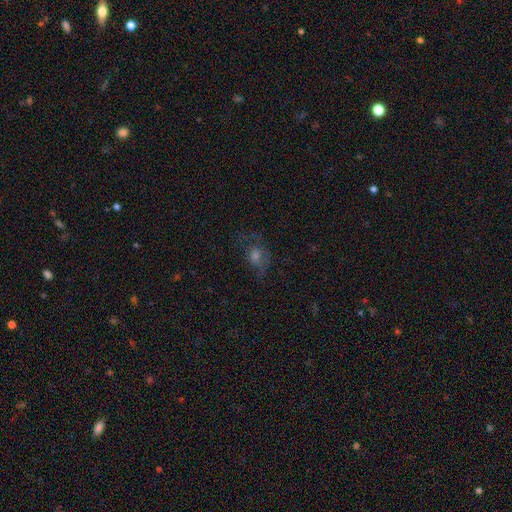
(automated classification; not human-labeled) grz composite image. It shows a smooth galaxy with no disk features (44%). Merging: none (53%).